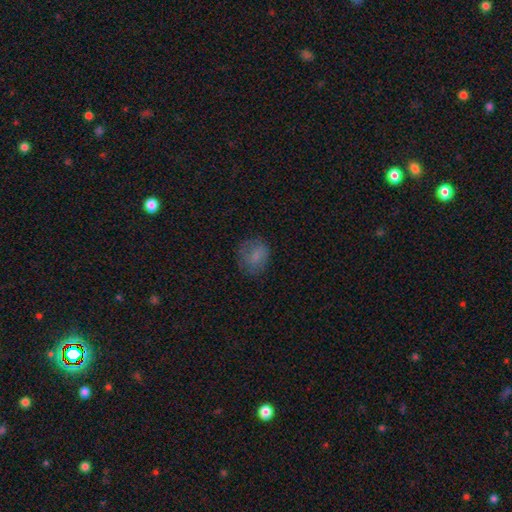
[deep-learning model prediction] This is likely a smooth galaxy (75%). How rounded: likely round (67%). Merging: likely none (71%).